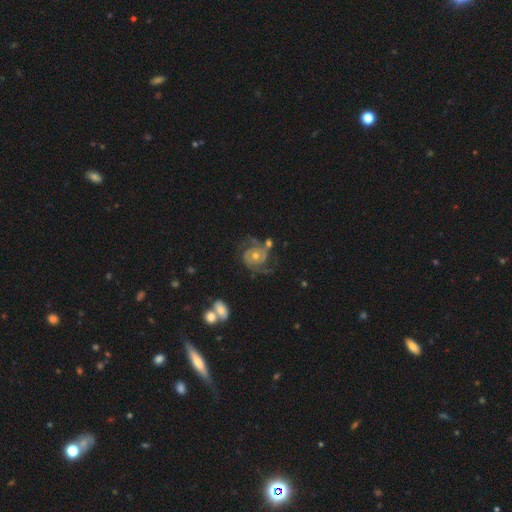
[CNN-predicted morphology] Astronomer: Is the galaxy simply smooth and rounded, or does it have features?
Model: featured or disk — 88%.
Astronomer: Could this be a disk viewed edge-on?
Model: no — 98%.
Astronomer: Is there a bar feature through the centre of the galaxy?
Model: no — 75%.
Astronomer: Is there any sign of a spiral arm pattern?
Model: yes — 97%.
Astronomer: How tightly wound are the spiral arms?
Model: tight — 55% (runner-up: medium, 36%).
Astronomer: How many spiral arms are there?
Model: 2 — 67%.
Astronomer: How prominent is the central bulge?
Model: moderate — 60%.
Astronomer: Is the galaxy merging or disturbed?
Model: none — 64%.